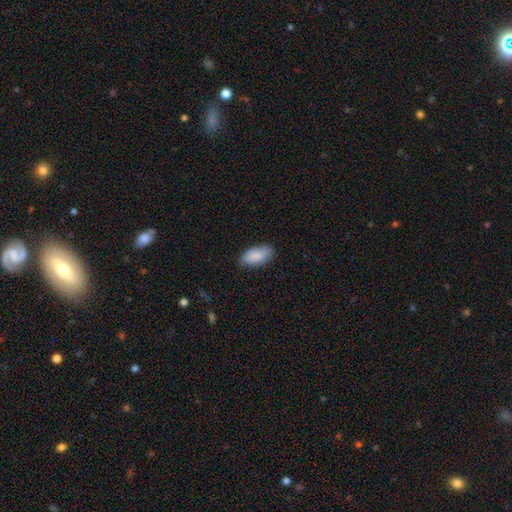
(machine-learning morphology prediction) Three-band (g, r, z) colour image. It shows a smooth galaxy with no disk features (88%) that is in between round and cigar-shaped (92%). Merging: none (81%).